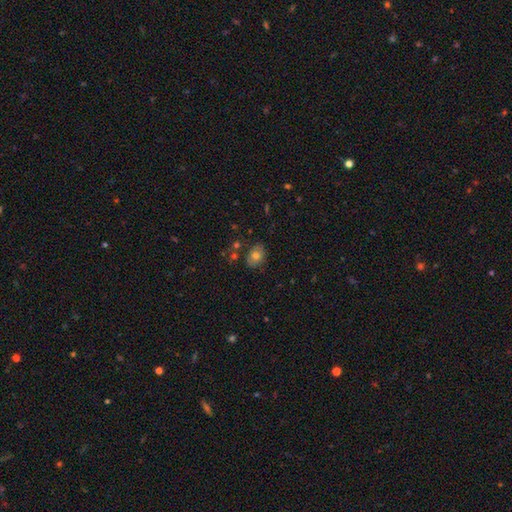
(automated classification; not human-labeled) Smooth or featured? Predicted: smooth (p=0.72). How rounded? Predicted: in between (p=0.74). Merging? Predicted: none (p=0.75).